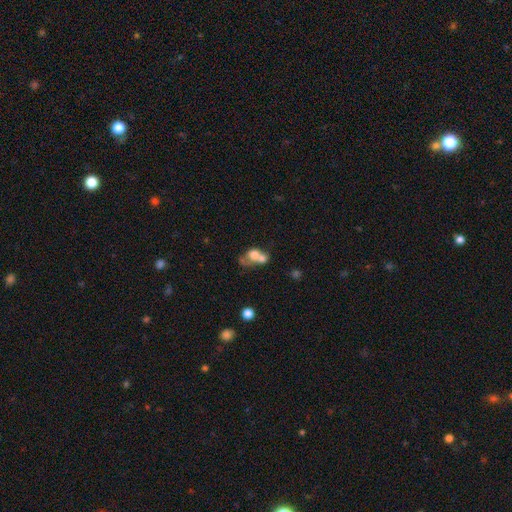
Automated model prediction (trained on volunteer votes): The model was most divided on "how rounded": round: 52%, in between: 46%, cigar-shaped: 2%. More confident: merging — merger (66%); smooth or featured — smooth (63%).